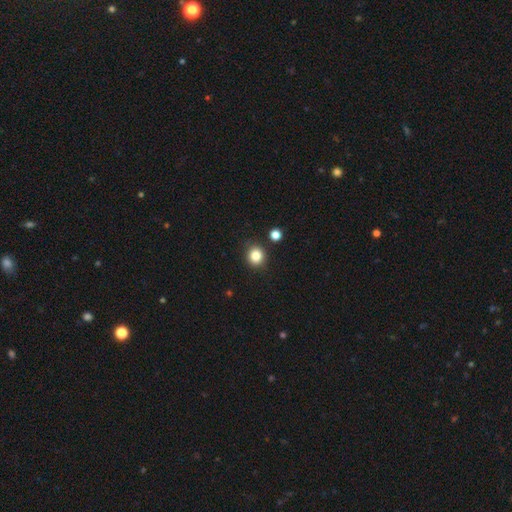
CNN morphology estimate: Smooth or featured?
  - smooth: 84% *
  - star or artifact: 11%
  - featured or disk: 5%
How rounded?
  - round: 86% *
  - in between: 13%
  - cigar-shaped: 1%
Merging?
  - none: 87% *
  - minor disturbance: 8%
  - merger: 4%
  - major disturbance: 2%